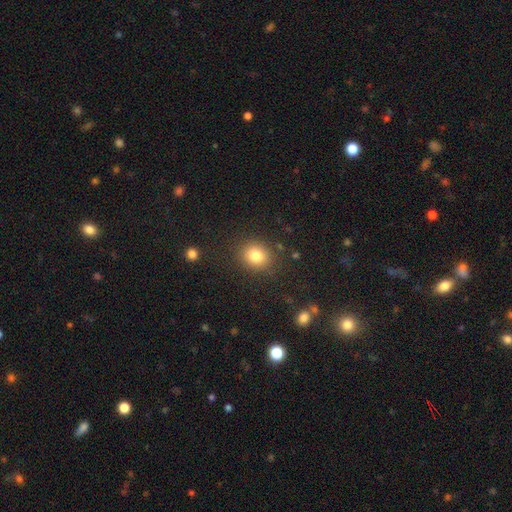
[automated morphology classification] The model was most divided on "how rounded": round: 74%, in between: 25%, cigar-shaped: 1%. More confident: merging — none (85%); smooth or featured — smooth (81%).